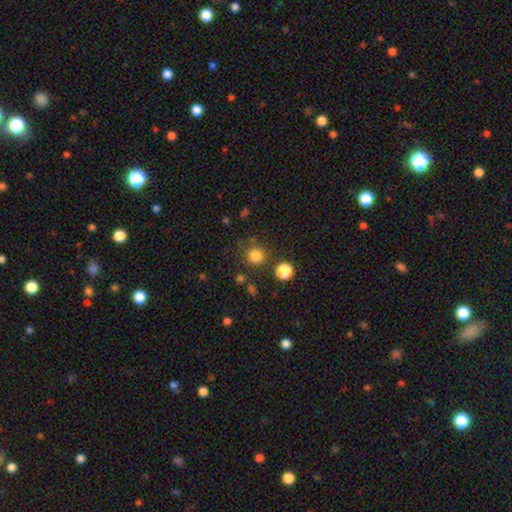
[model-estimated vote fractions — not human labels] A smooth galaxy with no disk features (81%) that is round (92%). Merging: none (78%).